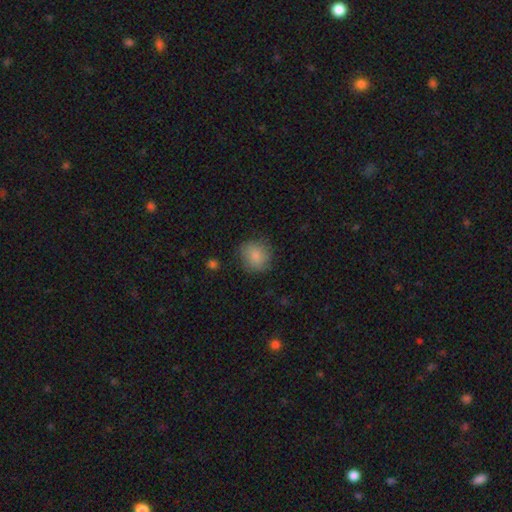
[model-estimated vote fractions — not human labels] Smooth or featured: smooth — 84% (featured or disk — 8%)
How rounded: round — 81% (in between — 18%)
Merging: none — 76% (minor disturbance — 18%)